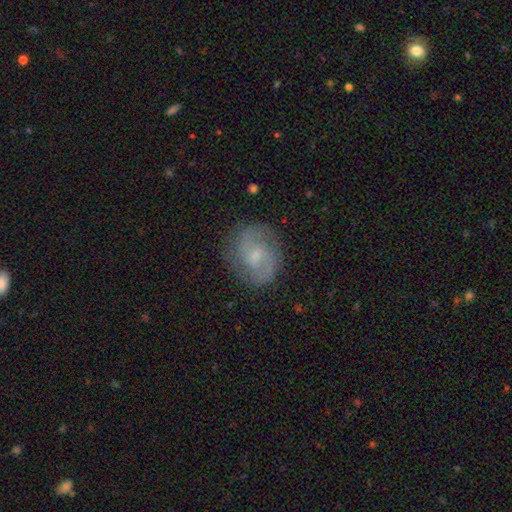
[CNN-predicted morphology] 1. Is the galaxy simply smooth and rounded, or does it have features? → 72% featured or disk, 20% smooth, 7% star or artifact.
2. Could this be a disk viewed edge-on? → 98% no, 2% yes.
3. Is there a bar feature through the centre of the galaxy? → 53% weak, 38% no, 9% strong.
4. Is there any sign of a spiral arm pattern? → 92% yes, 8% no.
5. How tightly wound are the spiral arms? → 51% medium, 25% loose, 24% tight.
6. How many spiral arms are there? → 82% 2, 9% can't tell, 3% 3, 3% 1, 1% 4, 1% more than 4.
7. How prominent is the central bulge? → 61% small, 29% moderate, 8% none, 1% large, 1% dominant.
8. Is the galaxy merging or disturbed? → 79% none, 14% minor disturbance, 5% major disturbance, 1% merger.